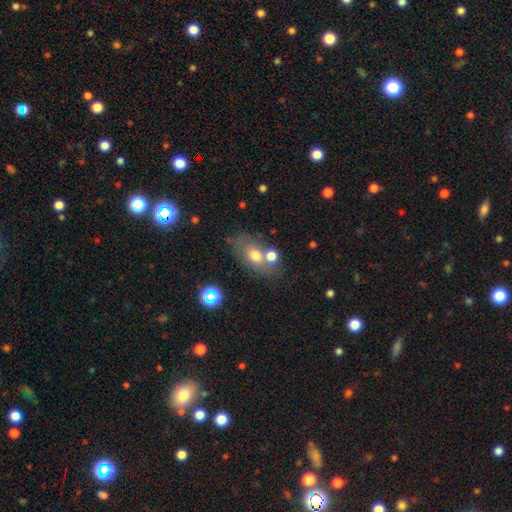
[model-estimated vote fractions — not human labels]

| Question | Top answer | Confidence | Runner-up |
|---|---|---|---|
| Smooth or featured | smooth | 67% | featured or disk (21%) |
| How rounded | in between | 79% | round (18%) |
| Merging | none | 53% | merger (24%) |